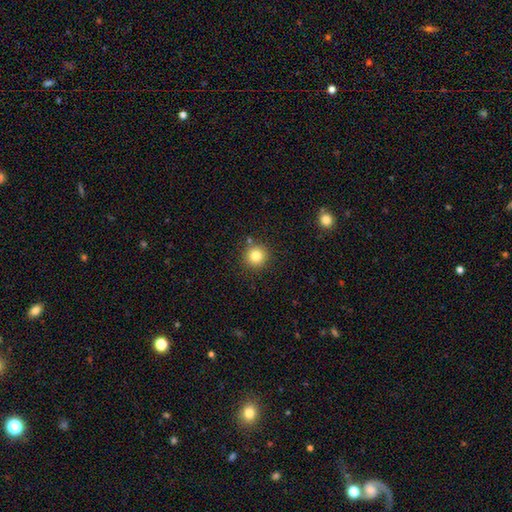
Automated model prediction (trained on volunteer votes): Smooth or featured? Predicted: smooth (p=0.82). How rounded? Predicted: round (p=0.95). Merging? Predicted: none (p=0.86).